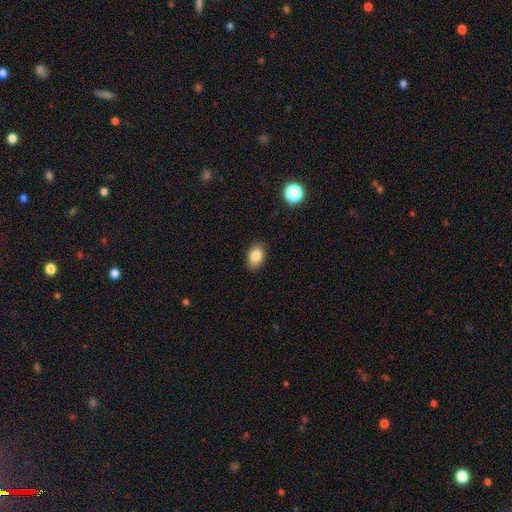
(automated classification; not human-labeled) Q: Smooth or featured?
A: smooth (83%); runner-up: star or artifact (9%)
Q: How rounded?
A: in between (83%); runner-up: round (16%)
Q: Merging?
A: none (89%); runner-up: minor disturbance (8%)